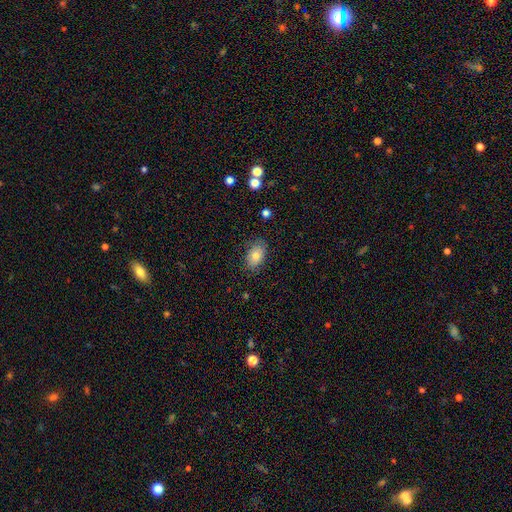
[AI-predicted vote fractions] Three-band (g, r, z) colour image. It shows a smooth galaxy with no disk features (78%) that is in between round and cigar-shaped (88%). Merging: none (80%).